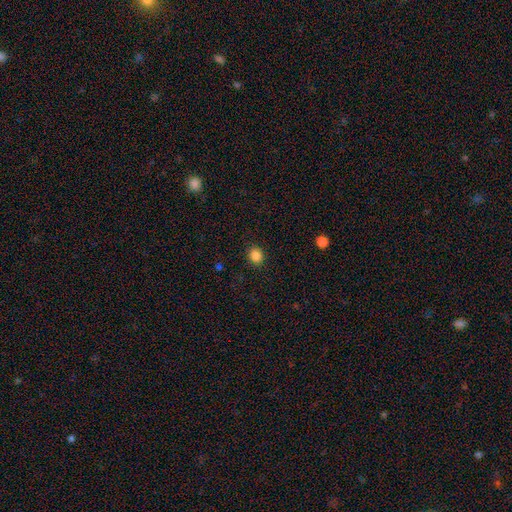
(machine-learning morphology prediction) Smooth or featured: smooth — 86% (star or artifact — 11%)
How rounded: round — 72% (in between — 27%)
Merging: none — 90% (minor disturbance — 7%)